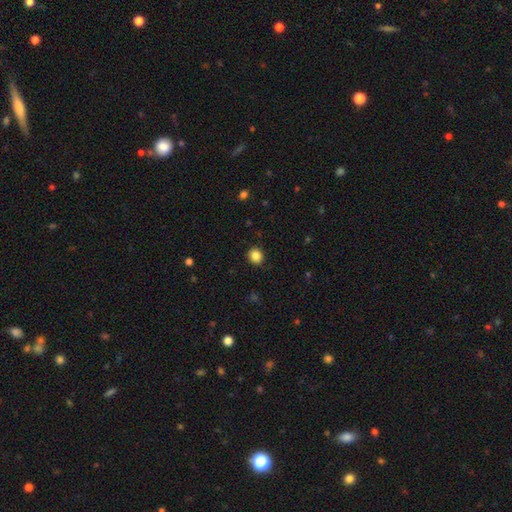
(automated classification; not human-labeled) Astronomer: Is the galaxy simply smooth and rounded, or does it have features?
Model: smooth — 86%.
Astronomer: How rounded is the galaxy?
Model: round — 83%.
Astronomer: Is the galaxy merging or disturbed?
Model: none — 90%.